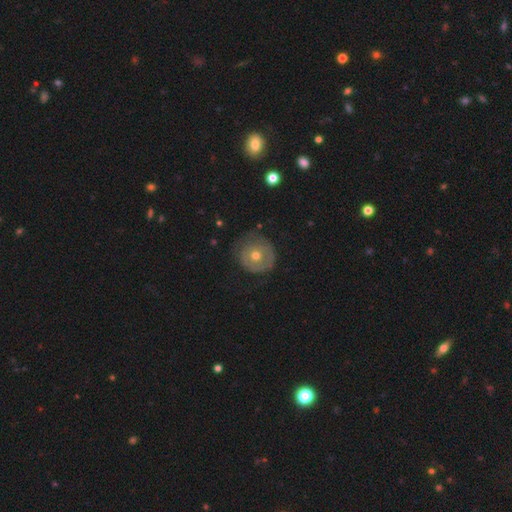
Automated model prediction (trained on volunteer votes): This appears to be a featured or disk galaxy (47%). Merging: none (70%).